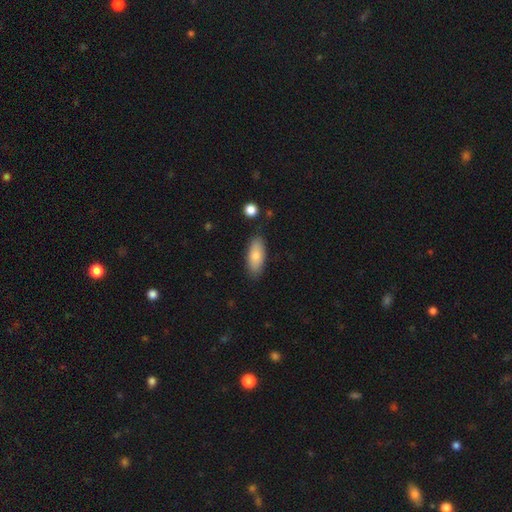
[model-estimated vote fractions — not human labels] smooth-or-featured: smooth: 79% | featured or disk: 15% | star or artifact: 6%
  how-rounded: in between: 82% | cigar-shaped: 16% | round: 3%
  merging: none: 82% | minor disturbance: 13% | major disturbance: 3% | merger: 2%